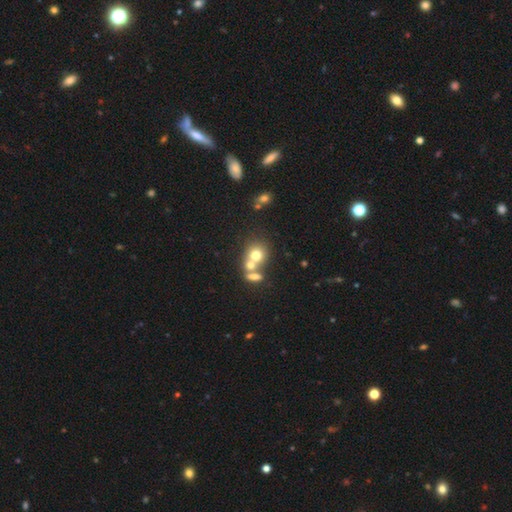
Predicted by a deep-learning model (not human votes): smooth-or-featured: smooth: 68% | featured or disk: 19% | star or artifact: 13%
  how-rounded: round: 74% | in between: 25% | cigar-shaped: 1%
  merging: merger: 51% | none: 37% | minor disturbance: 8% | major disturbance: 5%